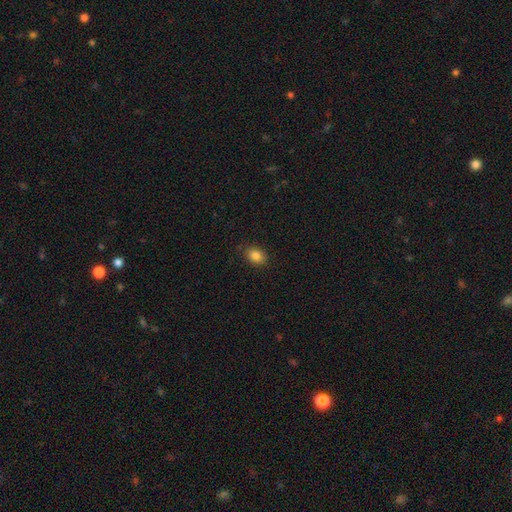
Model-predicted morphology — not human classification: The model was most divided on "how rounded": in between: 73%, round: 26%, cigar-shaped: 1%. More confident: merging — none (85%); smooth or featured — smooth (84%).